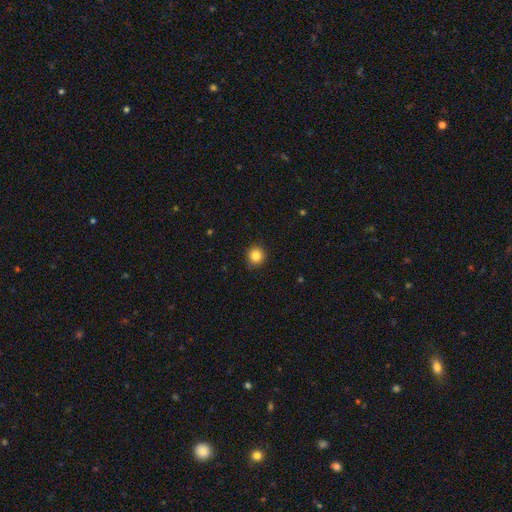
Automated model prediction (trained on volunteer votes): This appears to be a smooth galaxy with no disk features (84%) that is round (92%). Merging: none (89%).